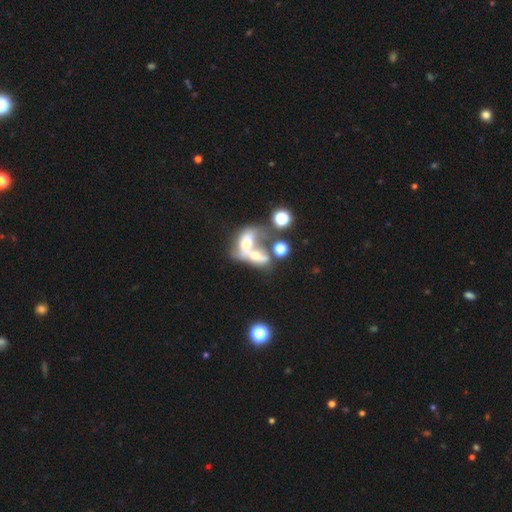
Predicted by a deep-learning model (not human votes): Smooth or featured? featured or disk (43%)
Merging? merger (72%)